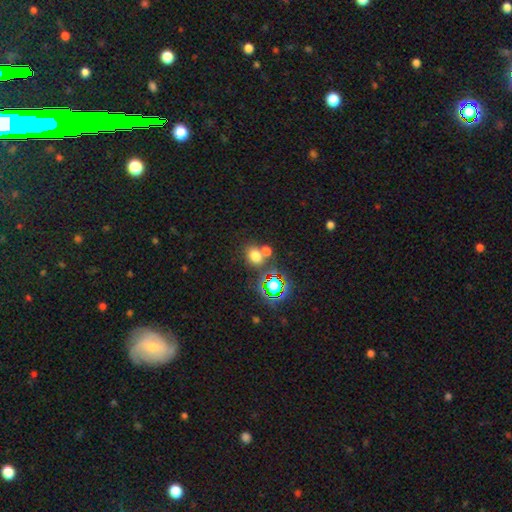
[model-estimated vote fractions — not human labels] The model was most divided on "how rounded": round: 50%, in between: 49%, cigar-shaped: 1%. More confident: smooth or featured — smooth (67%); merging — none (55%).